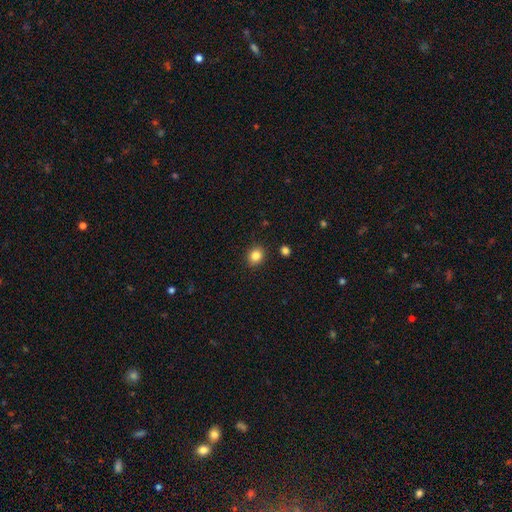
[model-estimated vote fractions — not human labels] The model was most divided on "how rounded": round: 63%, in between: 36%, cigar-shaped: 1%. More confident: merging — none (89%); smooth or featured — smooth (84%).